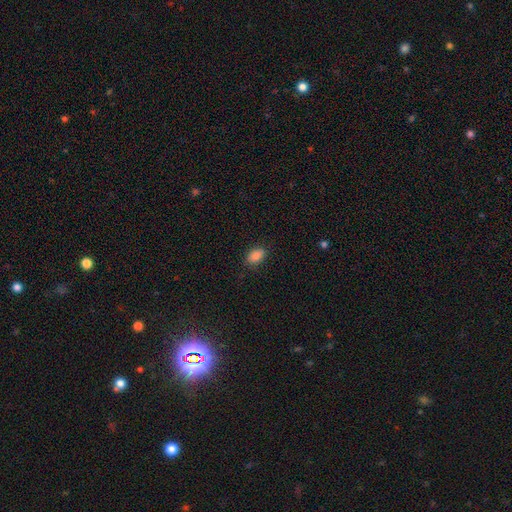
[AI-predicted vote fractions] smooth_or_featured: smooth (p=0.87) [alt: star or artifact p=0.09]
how_rounded: in between (p=0.87) [alt: round p=0.12]
merging: none (p=0.86) [alt: minor disturbance p=0.11]